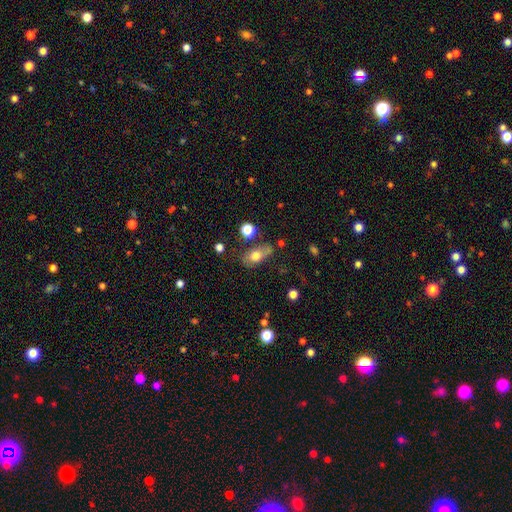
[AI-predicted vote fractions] A smooth galaxy with no disk features (72%) that is in between round and cigar-shaped (75%).

Vote fractions:
- Smooth or featured? smooth: 72% / featured or disk: 18% / star or artifact: 10%
- How rounded? in between: 75% / round: 17% / cigar-shaped: 8%
- Merging? none: 52% / minor disturbance: 26% / major disturbance: 12% / merger: 10%